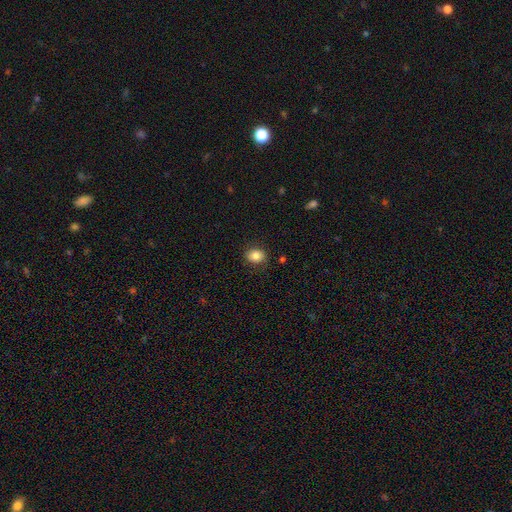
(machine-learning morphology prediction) This appears to be a smooth galaxy with no disk features (84%) that is in between round and cigar-shaped (50%). Merging: none (84%).